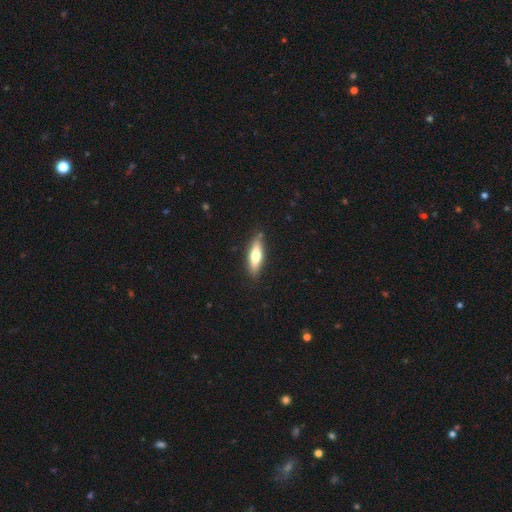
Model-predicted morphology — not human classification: A smooth galaxy with no disk features (61%) that is cigar-shaped (60%).

Vote fractions:
- Smooth or featured? smooth: 61% / featured or disk: 33% / star or artifact: 6%
- How rounded? cigar-shaped: 60% / in between: 38% / round: 2%
- Merging? none: 85% / minor disturbance: 12% / major disturbance: 2% / merger: 1%